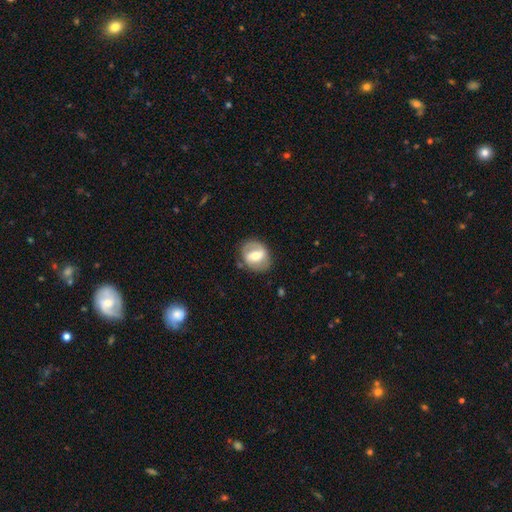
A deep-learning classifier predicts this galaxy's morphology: Q: Smooth or featured?
A: featured or disk (60%); runner-up: smooth (34%)
Q: Edge-on disk?
A: no (96%); runner-up: yes (4%)
Q: Bar?
A: strong (41%); runner-up: weak (39%)
Q: Spiral arms?
A: yes (65%); runner-up: no (35%)
Q: Bulge size?
A: moderate (61%); runner-up: small (23%)
Q: Merging?
A: none (75%); runner-up: minor disturbance (17%)